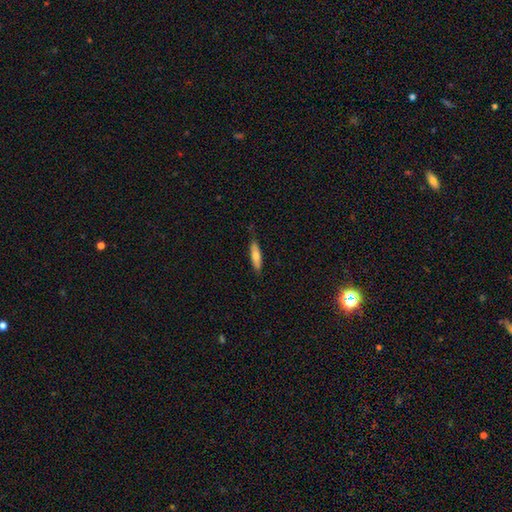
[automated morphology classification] A smooth galaxy with no disk features (70%) that is cigar-shaped (66%). Merging: none (81%).